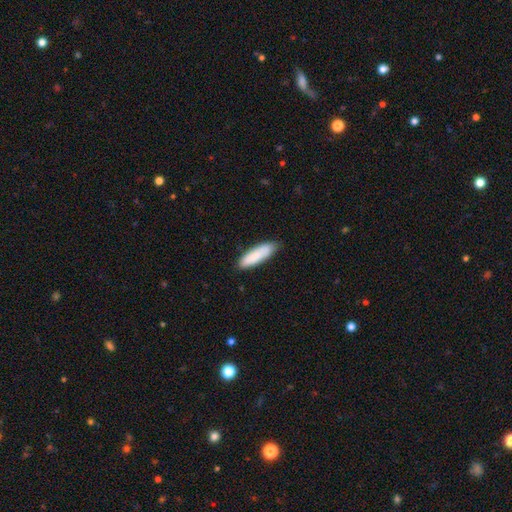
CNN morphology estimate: The model was most divided on "how rounded": cigar-shaped: 58%, in between: 41%, round: 1%. More confident: smooth or featured — smooth (86%); merging — none (82%).